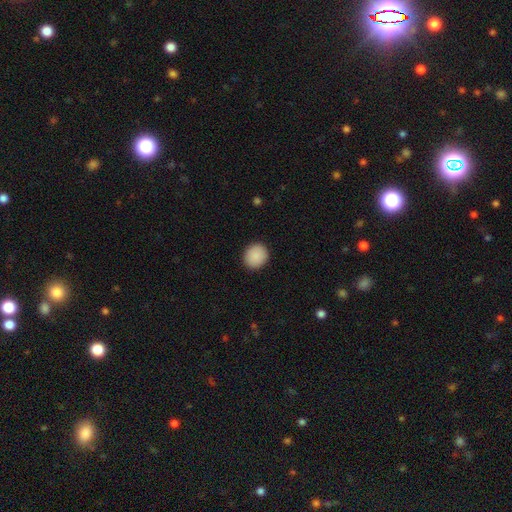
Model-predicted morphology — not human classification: Q: Smooth or featured?
A: smooth (90%); runner-up: star or artifact (7%)
Q: How rounded?
A: round (82%); runner-up: in between (18%)
Q: Merging?
A: none (92%); runner-up: minor disturbance (6%)